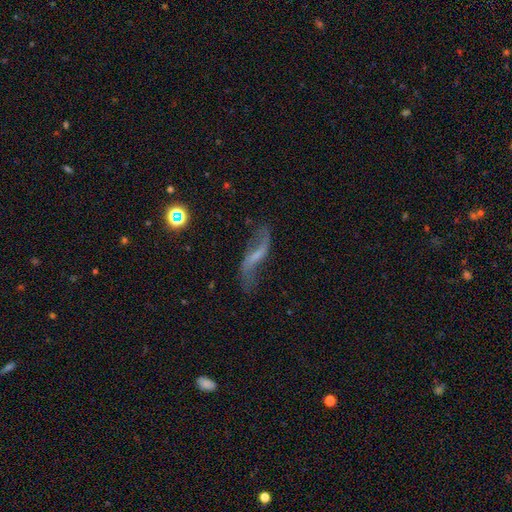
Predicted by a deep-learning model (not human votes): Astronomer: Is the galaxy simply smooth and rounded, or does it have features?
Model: featured or disk — 77%.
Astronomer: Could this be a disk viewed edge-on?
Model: no — 86%.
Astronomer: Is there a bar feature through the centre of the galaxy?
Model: weak — 41% (runner-up: strong, 32%).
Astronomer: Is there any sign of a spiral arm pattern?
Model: yes — 90%.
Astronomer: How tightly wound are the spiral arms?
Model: loose — 90%.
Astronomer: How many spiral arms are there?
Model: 2 — 90%.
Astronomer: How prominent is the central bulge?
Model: small — 41% (runner-up: none, 40%).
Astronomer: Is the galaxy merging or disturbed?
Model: none — 66%.